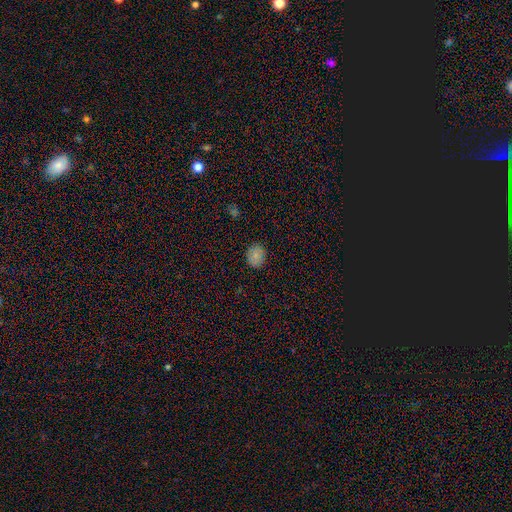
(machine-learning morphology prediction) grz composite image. It shows a smooth galaxy with no disk features (81%) that is round (66%). Merging: none (87%).